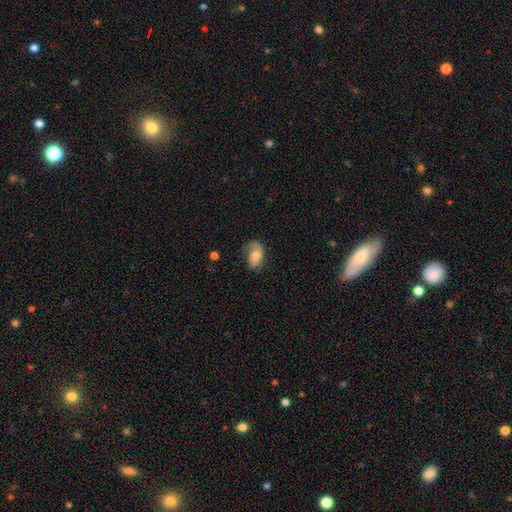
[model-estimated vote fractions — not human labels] A smooth galaxy with no disk features (50%). Merging: none (46%).